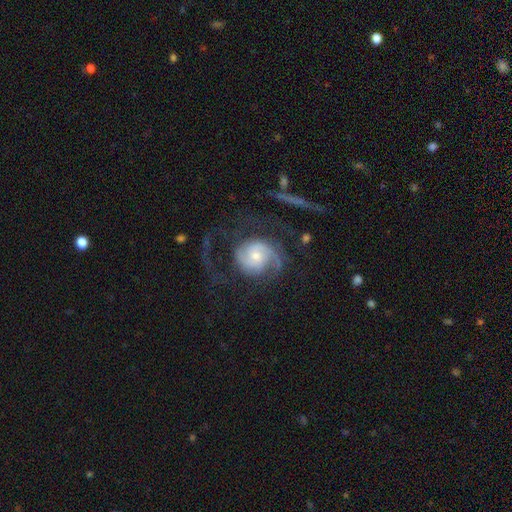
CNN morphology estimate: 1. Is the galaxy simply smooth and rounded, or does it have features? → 84% featured or disk, 10% smooth, 6% star or artifact.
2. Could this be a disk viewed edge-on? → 98% no, 2% yes.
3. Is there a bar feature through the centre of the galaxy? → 65% no, 29% weak, 6% strong.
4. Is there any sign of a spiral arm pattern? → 96% yes, 4% no.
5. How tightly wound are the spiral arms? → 43% medium, 31% tight, 26% loose.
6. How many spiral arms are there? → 57% 2, 14% 3, 12% can't tell, 8% 1, 4% 4, 4% more than 4.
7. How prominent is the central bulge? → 45% small (tied), 45% moderate (tied), 7% large, 2% none, 2% dominant.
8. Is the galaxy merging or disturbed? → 56% none, 28% major disturbance, 14% minor disturbance, 2% merger.